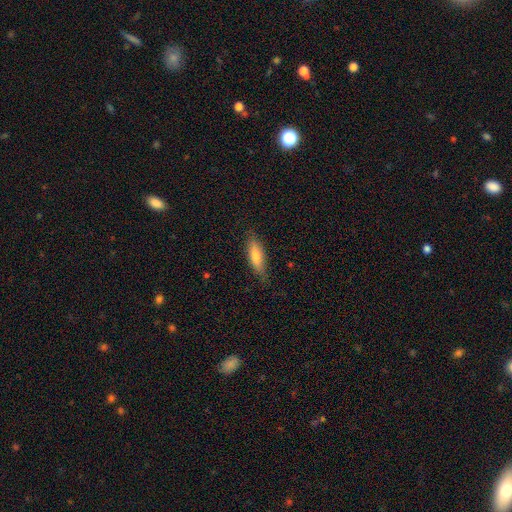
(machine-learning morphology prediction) This is likely a smooth galaxy (72%). How rounded: possibly in between (51%). Merging: likely none (78%).